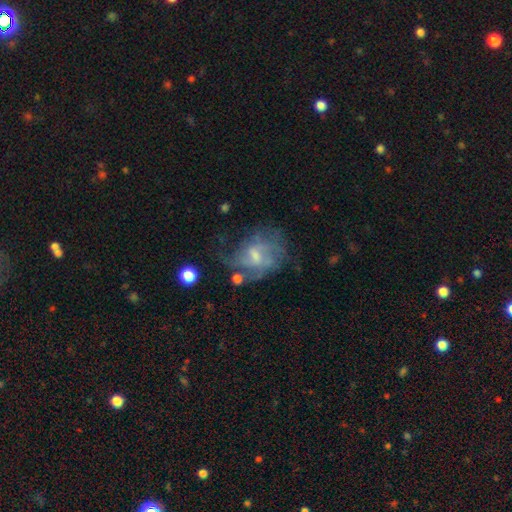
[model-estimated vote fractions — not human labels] smooth_or_featured: featured or disk (p=0.68) [alt: smooth p=0.22]
disk_edge_on: no (p=0.97) [alt: yes p=0.03]
bar: weak (p=0.51) [alt: no p=0.40]
has_spiral_arms: yes (p=0.70) [alt: no p=0.30]
bulge_size: small (p=0.46) [alt: moderate p=0.36]
merging: none (p=0.43) [alt: major disturbance p=0.28]